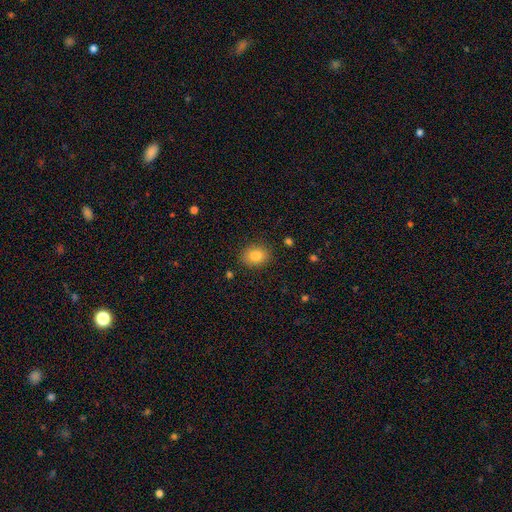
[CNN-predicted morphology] The model was most divided on "how rounded": in between: 62%, round: 37%, cigar-shaped: 1%. More confident: smooth or featured — smooth (86%); merging — none (85%).